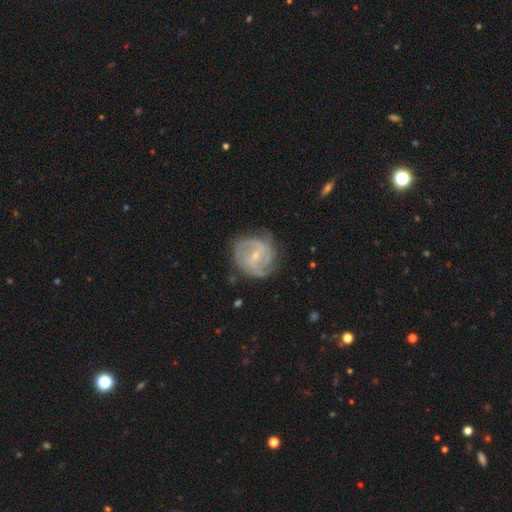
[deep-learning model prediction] featured or disk 86%, smooth 8%, star or artifact 5%. Down the decision tree: edge-on disk — no (98%); bar — weak (48%); spiral arms — yes (96%); spiral arm count — 2 (35%); spiral winding — tight (54%); bulge size — small (73%); merging — none (72%).